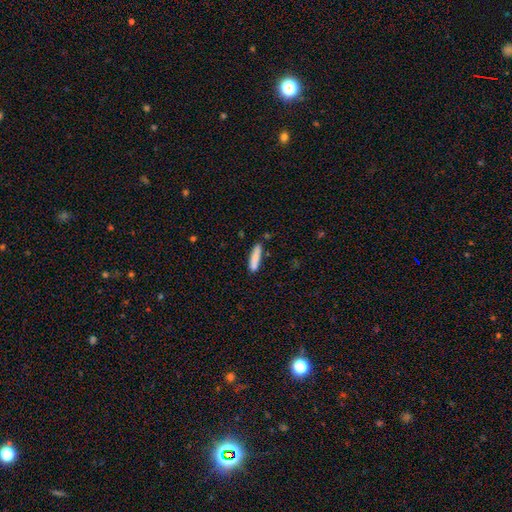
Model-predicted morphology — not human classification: smooth 82%, featured or disk 11%, star or artifact 6%. Down the decision tree: how rounded — cigar-shaped (81%); merging — none (80%).